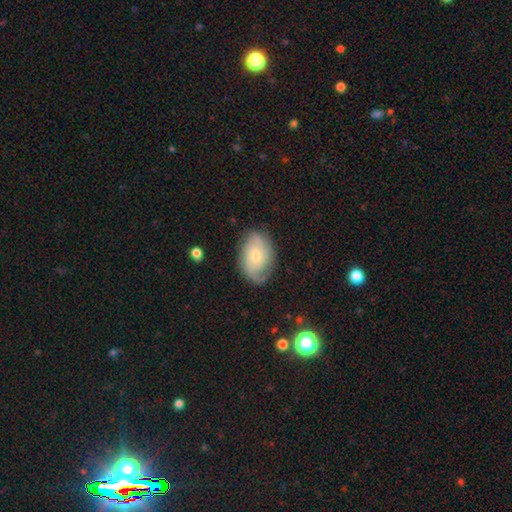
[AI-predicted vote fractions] Smooth or featured? Predicted: featured or disk (p=0.63). Edge-on disk? Predicted: no (p=0.96). Bar? Predicted: no (p=0.73). Spiral arms? Predicted: yes (p=0.89). Spiral winding? Predicted: tight (p=0.44). Spiral arm count? Predicted: 2 (p=0.45). Bulge size? Predicted: small (p=0.63). Merging? Predicted: none (p=0.70).